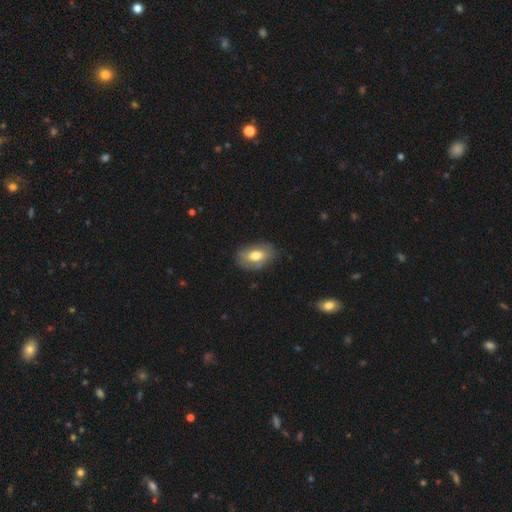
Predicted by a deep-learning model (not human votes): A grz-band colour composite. It shows a smooth galaxy with no disk features (66%) that is in between round and cigar-shaped (88%). Merging: none (75%).